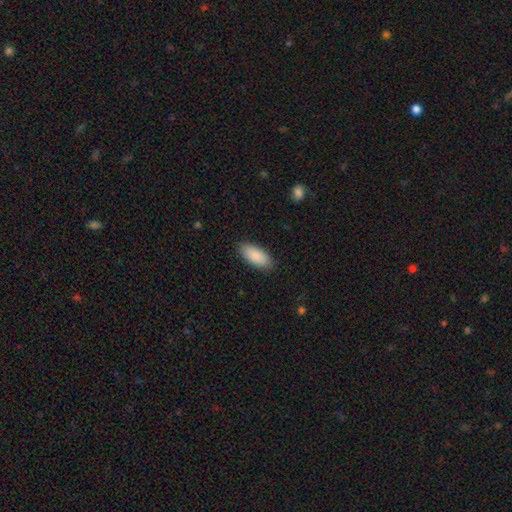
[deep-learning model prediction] smooth 89%, star or artifact 6%, featured or disk 5%. Down the decision tree: how rounded — in between (89%); merging — none (88%).